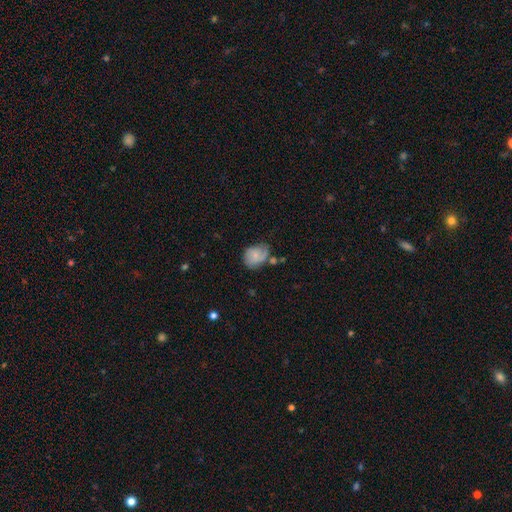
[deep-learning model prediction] The model was most divided on "how rounded": in between: 53%, round: 46%, cigar-shaped: 1%. Remaining: smooth or featured — smooth (57%); merging — none (44%).